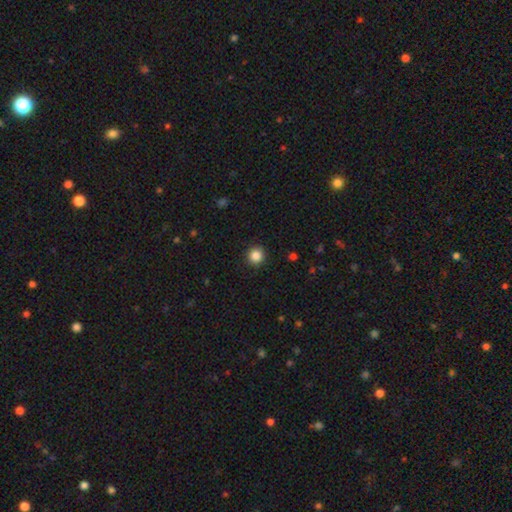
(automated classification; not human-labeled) smooth-or-featured: smooth: 86% | star or artifact: 10% | featured or disk: 4%
  how-rounded: round: 95% | in between: 4% | cigar-shaped: 1%
  merging: none: 93% | minor disturbance: 5% | major disturbance: 2% | merger: 1%